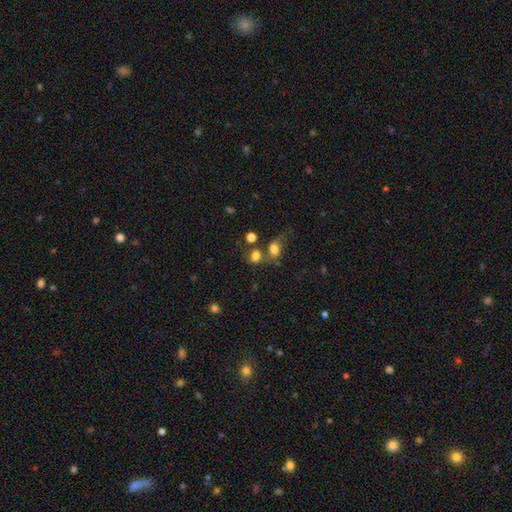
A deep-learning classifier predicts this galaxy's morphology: This appears to be a smooth galaxy with no disk features (77%) that is in between round and cigar-shaped (55%). Merging: none (42%).